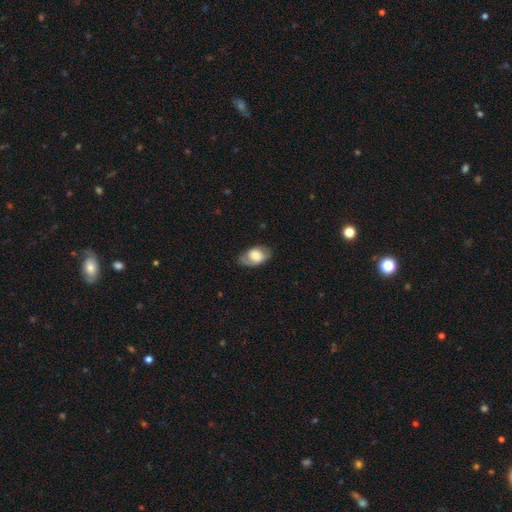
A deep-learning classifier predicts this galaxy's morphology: smooth 62%, featured or disk 31%, star or artifact 7%. Down the decision tree: how rounded — in between (89%); merging — none (69%).